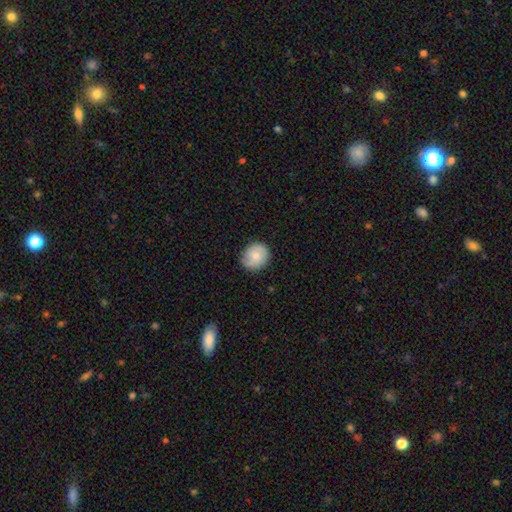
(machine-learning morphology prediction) This is likely a smooth galaxy (70%). How rounded: likely round (76%). Merging: likely none (80%).